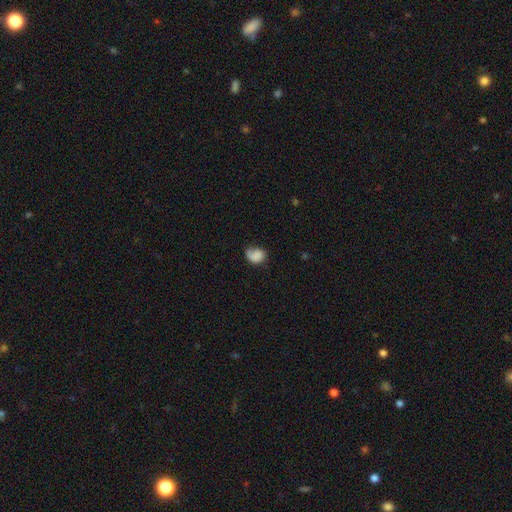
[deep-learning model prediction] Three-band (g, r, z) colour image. It shows a smooth galaxy with no disk features (78%) that is in between round and cigar-shaped (57%). Merging: none (45%).